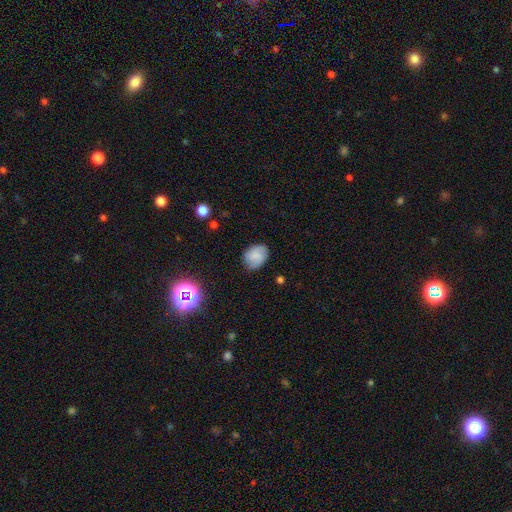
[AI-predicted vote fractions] Q: Smooth or featured?
A: smooth (73%); runner-up: featured or disk (16%)
Q: How rounded?
A: in between (62%); runner-up: round (37%)
Q: Merging?
A: none (77%); runner-up: minor disturbance (18%)